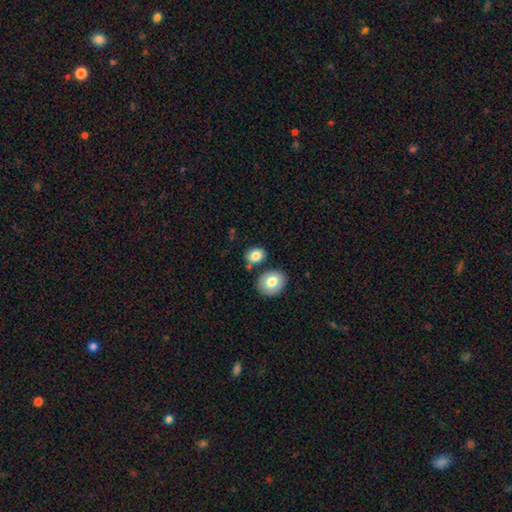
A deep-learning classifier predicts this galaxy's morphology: The model was most divided on "how rounded": in between: 54%, round: 45%, cigar-shaped: 1%. More confident: smooth or featured — smooth (83%); merging — none (69%).